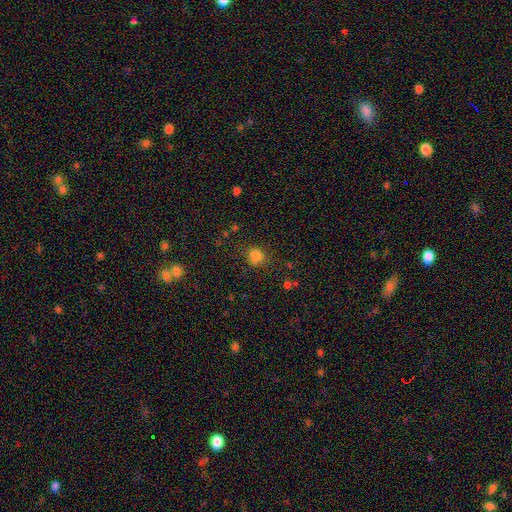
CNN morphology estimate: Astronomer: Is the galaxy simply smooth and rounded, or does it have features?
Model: smooth — 74%.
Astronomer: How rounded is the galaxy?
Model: round — 63%.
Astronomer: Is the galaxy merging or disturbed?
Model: none — 62%.